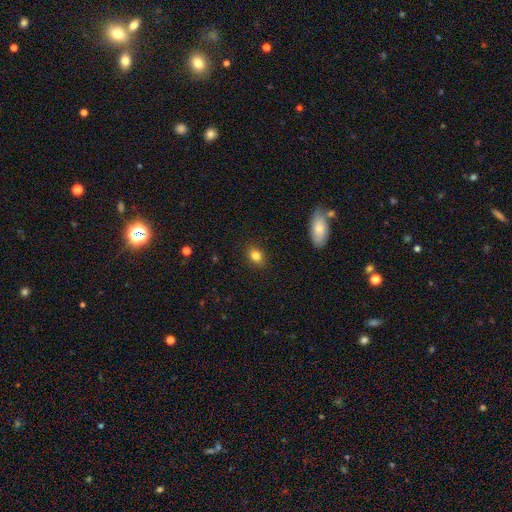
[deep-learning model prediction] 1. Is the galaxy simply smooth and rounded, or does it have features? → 83% smooth, 11% star or artifact, 7% featured or disk.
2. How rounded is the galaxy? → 58% in between, 40% round, 2% cigar-shaped.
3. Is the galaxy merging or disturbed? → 87% none, 10% minor disturbance, 2% major disturbance, 1% merger.